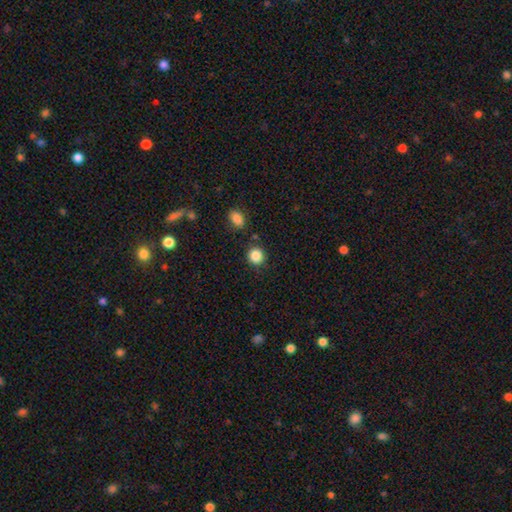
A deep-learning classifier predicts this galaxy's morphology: A smooth galaxy with no disk features (87%) that is round (89%).

Vote fractions:
- Smooth or featured? smooth: 87% / star or artifact: 9% / featured or disk: 3%
- How rounded? round: 89% / in between: 10% / cigar-shaped: 1%
- Merging? none: 84% / minor disturbance: 8% / merger: 5% / major disturbance: 3%